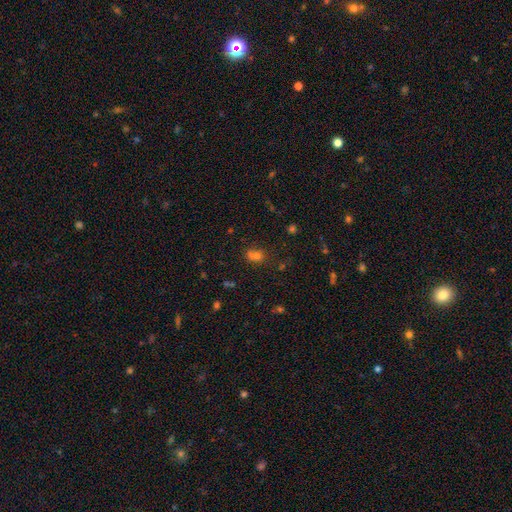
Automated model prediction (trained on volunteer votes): This is likely a smooth galaxy (64%). How rounded: likely round (62%). Merging: marginally none (45%).